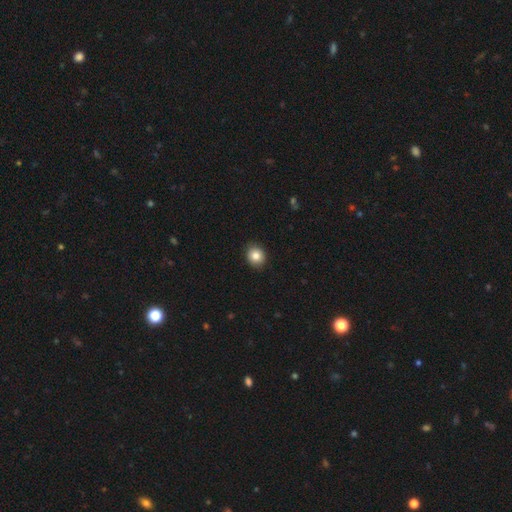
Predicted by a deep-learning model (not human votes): The model was most divided on "how rounded": round: 72%, in between: 27%, cigar-shaped: 1%. More confident: merging — none (89%); smooth or featured — smooth (84%).